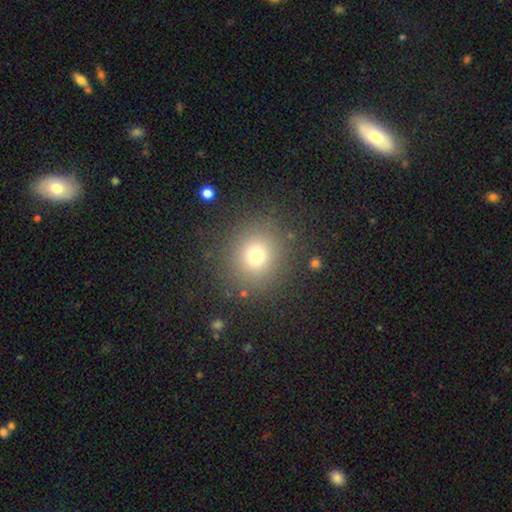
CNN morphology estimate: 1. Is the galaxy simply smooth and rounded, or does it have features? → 72% smooth, 18% star or artifact, 10% featured or disk.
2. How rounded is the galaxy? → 90% round, 9% in between, 1% cigar-shaped.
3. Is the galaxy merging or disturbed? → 86% none, 8% minor disturbance, 4% major disturbance, 2% merger.